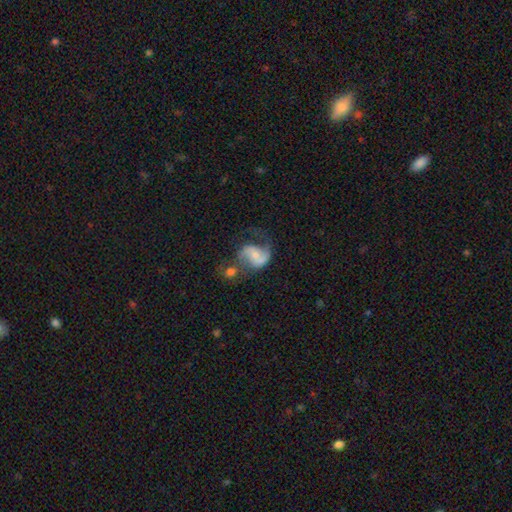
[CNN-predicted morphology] Smooth or featured? Predicted: featured or disk (p=0.76). Edge-on disk? Predicted: no (p=0.98). Bar? Predicted: no (p=0.49). Spiral arms? Predicted: yes (p=0.92). Spiral winding? Predicted: loose (p=0.46). Spiral arm count? Predicted: 2 (p=0.86). Bulge size? Predicted: small (p=0.48). Merging? Predicted: none (p=0.33, tied with merger).